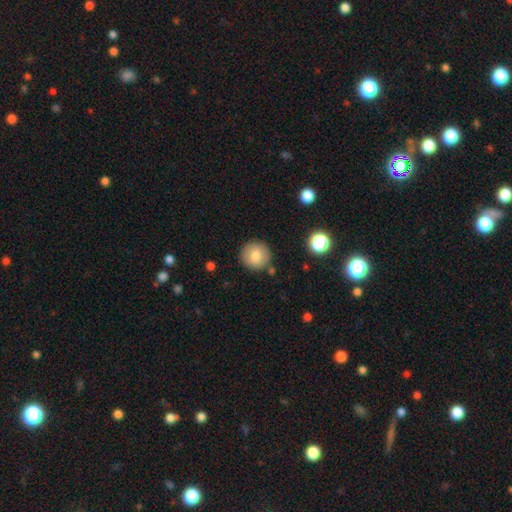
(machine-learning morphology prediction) The model was most divided on "smooth or featured": smooth: 80%, featured or disk: 11%, star or artifact: 9%. More confident: how rounded — round (93%); merging — none (87%).